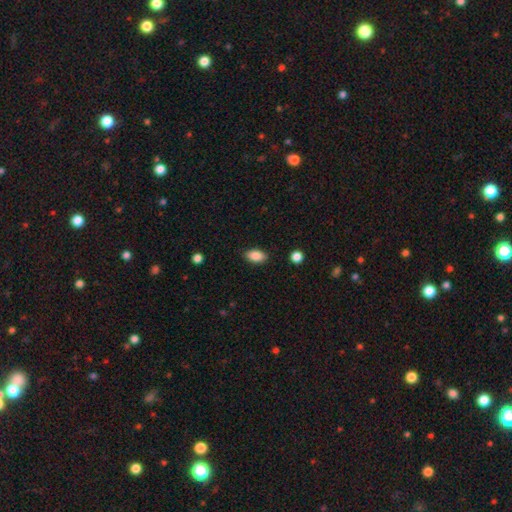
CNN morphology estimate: type=smooth (87%); roundness=in between (91%); merging=none (87%).